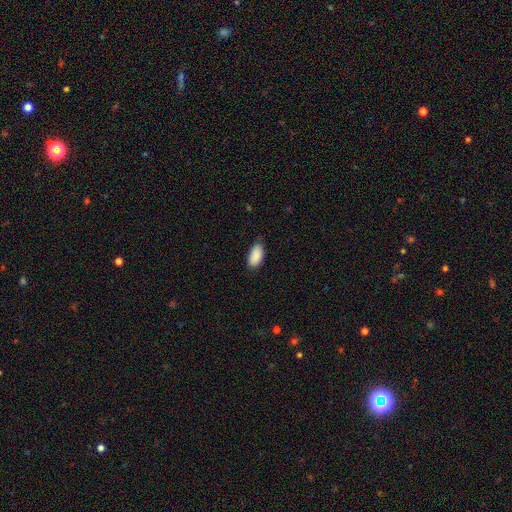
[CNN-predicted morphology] Overall: smooth (89%). How rounded: in between (94%). Merging: none (76%).